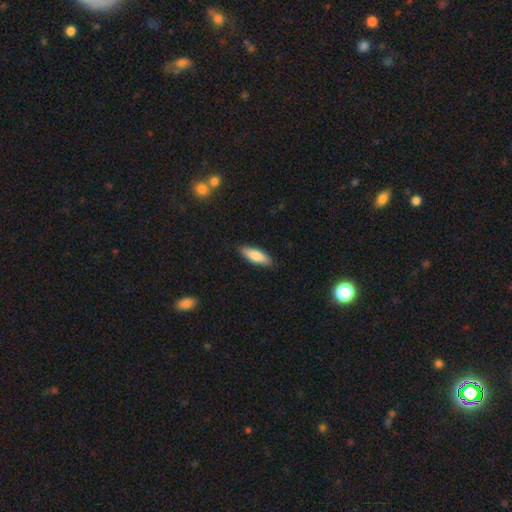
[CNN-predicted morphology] A smooth galaxy with no disk features (79%) that is in between round and cigar-shaped (52%). Merging: none (87%).